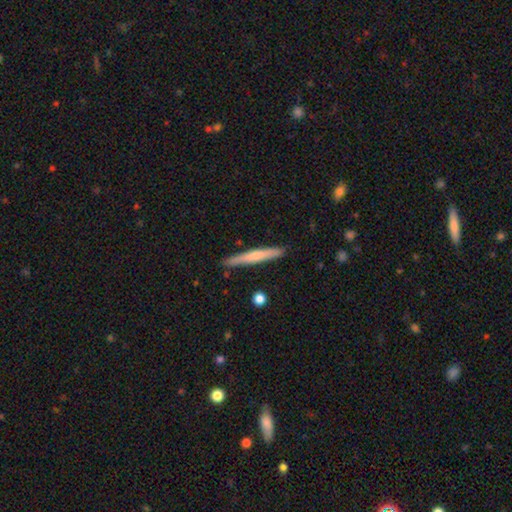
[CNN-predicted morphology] A smooth galaxy with no disk features (58%) that is cigar-shaped (96%). Merging: none (88%).